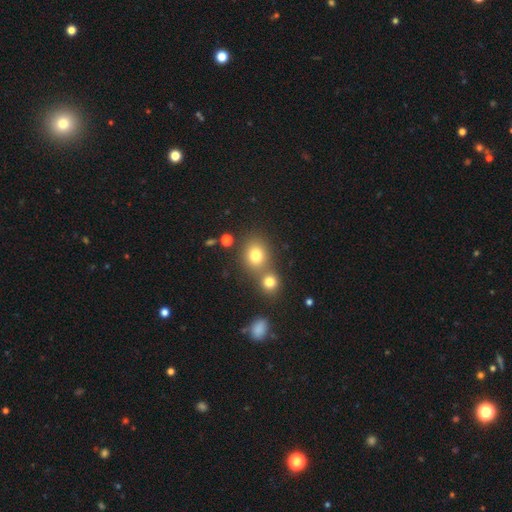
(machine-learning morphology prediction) Smooth or featured?
  - smooth: 77% *
  - star or artifact: 14%
  - featured or disk: 9%
How rounded?
  - round: 66% *
  - in between: 33%
  - cigar-shaped: 1%
Merging?
  - none: 55% *
  - merger: 33%
  - minor disturbance: 9%
  - major disturbance: 3%